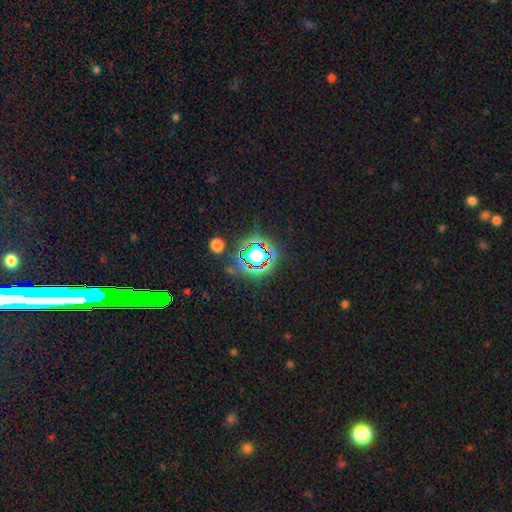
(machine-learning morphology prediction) Smooth or featured? Predicted: star or artifact (p=0.67).